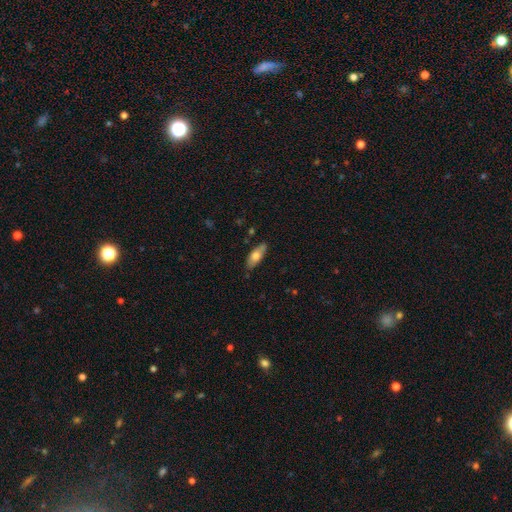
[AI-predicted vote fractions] This is likely a smooth galaxy (67%). How rounded: likely in between (72%). Merging: likely none (79%).